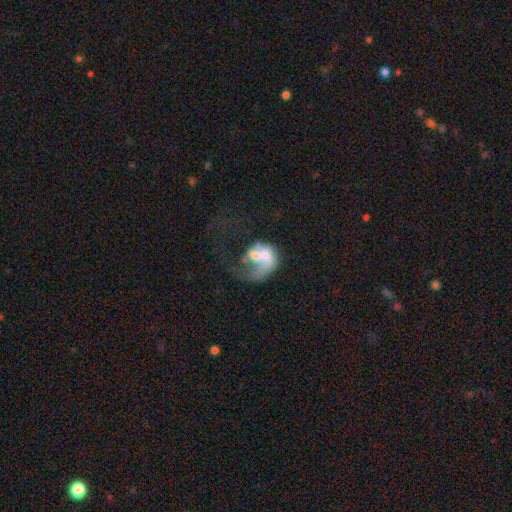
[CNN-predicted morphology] The model was most divided on "spiral arms": yes: 52%, no: 48%. Remaining: edge-on disk — no (98%); bar — no (76%); smooth or featured — featured or disk (57%); merging — major disturbance (44%); bulge size — moderate (41%).